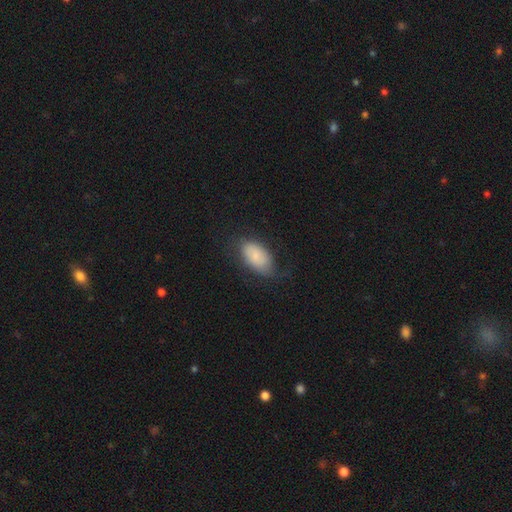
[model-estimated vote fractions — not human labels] A smooth galaxy with no disk features (77%) that is in between round and cigar-shaped (94%).

Vote fractions:
- Smooth or featured? smooth: 77% / featured or disk: 16% / star or artifact: 7%
- How rounded? in between: 94% / round: 4% / cigar-shaped: 2%
- Merging? none: 63% / minor disturbance: 24% / major disturbance: 11% / merger: 1%